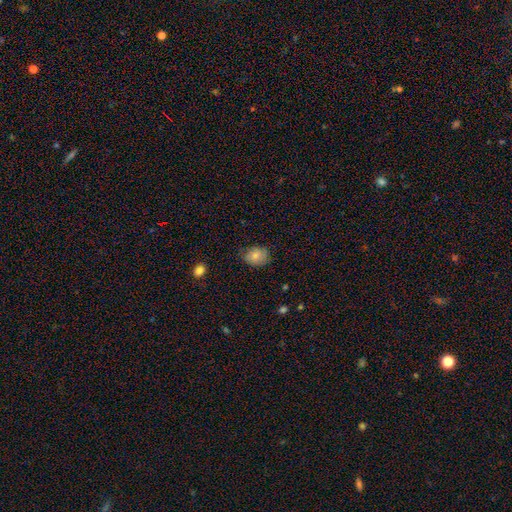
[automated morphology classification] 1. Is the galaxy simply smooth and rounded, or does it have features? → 79% smooth, 13% featured or disk, 8% star or artifact.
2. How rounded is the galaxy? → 60% in between, 39% round, 1% cigar-shaped.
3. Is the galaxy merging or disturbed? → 72% none, 23% minor disturbance, 4% major disturbance, 1% merger.